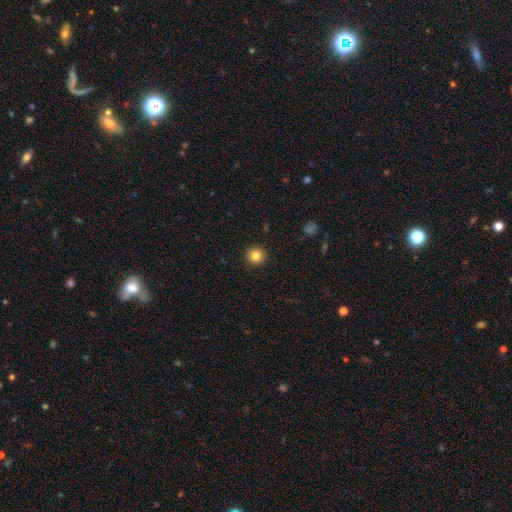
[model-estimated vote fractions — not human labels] This is clearly a smooth galaxy (83%). How rounded: clearly round (95%). Merging: clearly none (93%).